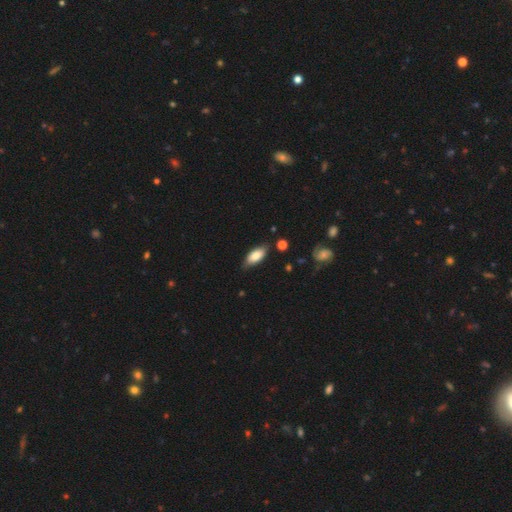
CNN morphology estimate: The model was most divided on "merging": none: 76%, minor disturbance: 18%, major disturbance: 3%, merger: 2%. More confident: how rounded — in between (87%); smooth or featured — smooth (79%).